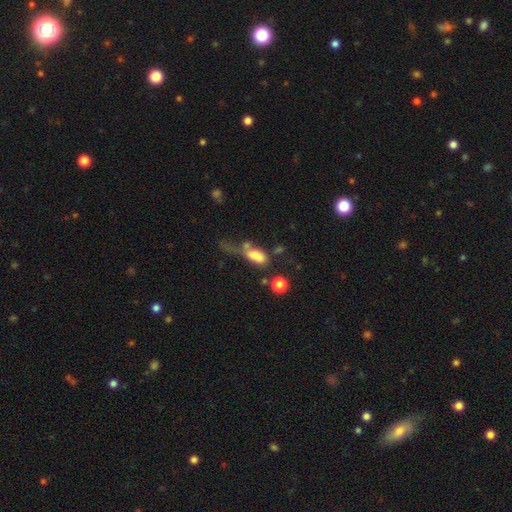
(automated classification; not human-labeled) Smooth or featured: smooth — 69% (featured or disk — 20%)
How rounded: in between — 80% (cigar-shaped — 13%)
Merging: major disturbance — 37% (merger — 28%)